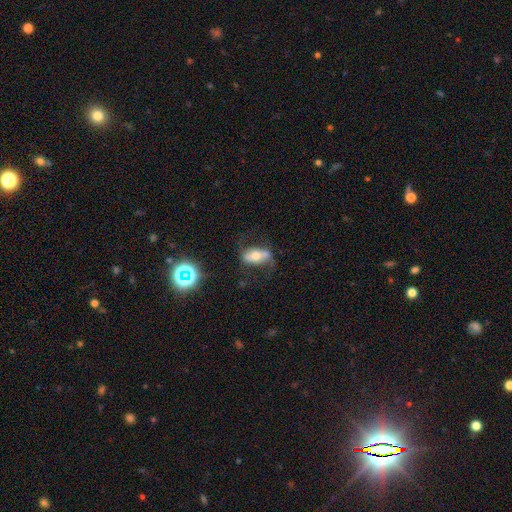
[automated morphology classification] Q: Smooth or featured?
A: featured or disk (50%); runner-up: smooth (39%)
Q: Merging?
A: none (63%); runner-up: minor disturbance (21%)